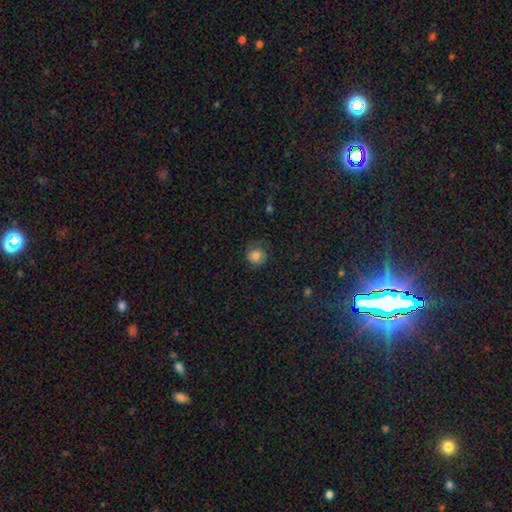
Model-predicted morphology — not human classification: smooth 76%, featured or disk 14%, star or artifact 11%. Down the decision tree: how rounded — round (86%); merging — none (70%).